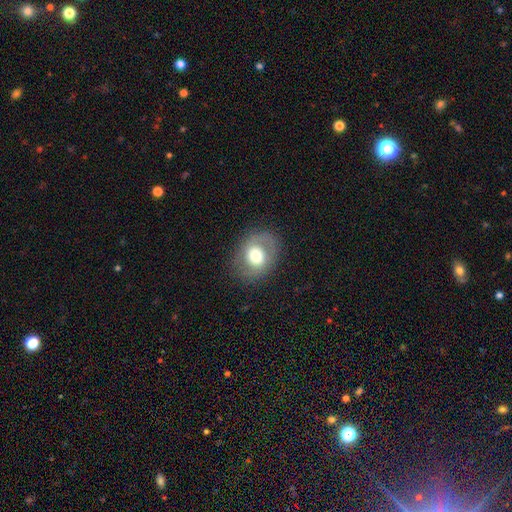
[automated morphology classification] Smooth or featured? smooth (47%)
Merging? none (78%)